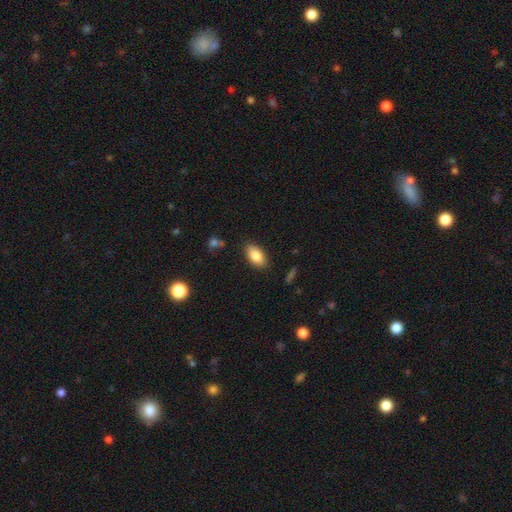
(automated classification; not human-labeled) A smooth galaxy with no disk features (84%) that is in between round and cigar-shaped (92%). Merging: none (86%).